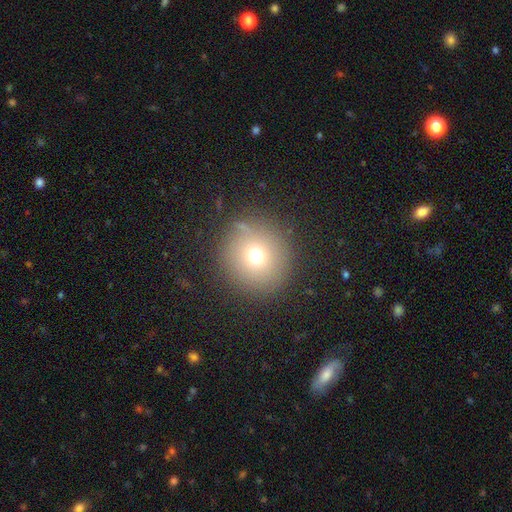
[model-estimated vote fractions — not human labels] Smooth or featured?
  - smooth: 69% *
  - star or artifact: 18%
  - featured or disk: 12%
How rounded?
  - round: 92% *
  - in between: 7%
  - cigar-shaped: 1%
Merging?
  - none: 85% *
  - minor disturbance: 9%
  - major disturbance: 4%
  - merger: 2%